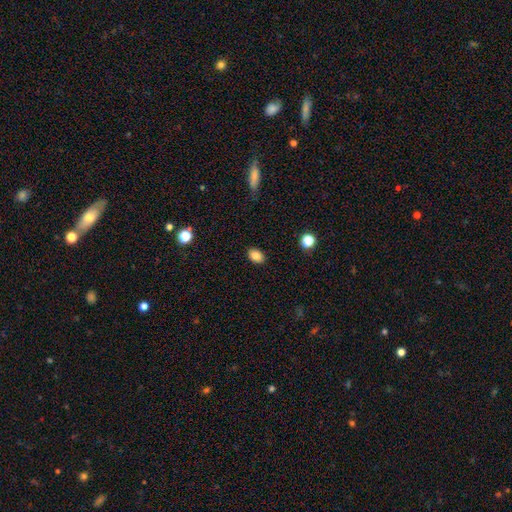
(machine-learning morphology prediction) A smooth galaxy with no disk features (85%) that is in between round and cigar-shaped (79%). Merging: none (88%).